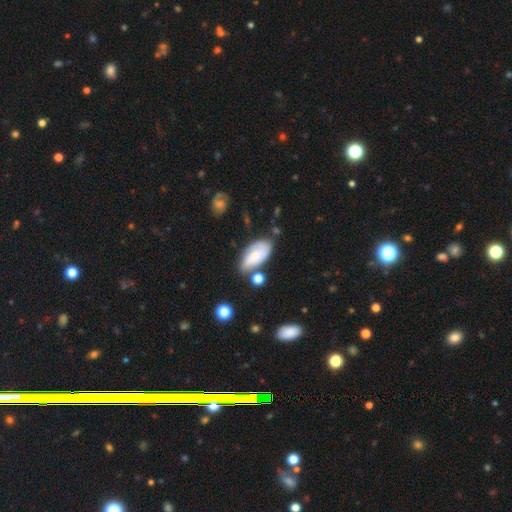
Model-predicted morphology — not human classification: The model was most divided on "smooth or featured": smooth: 48%, featured or disk: 45%, star or artifact: 7%. More confident: merging — none (61%).